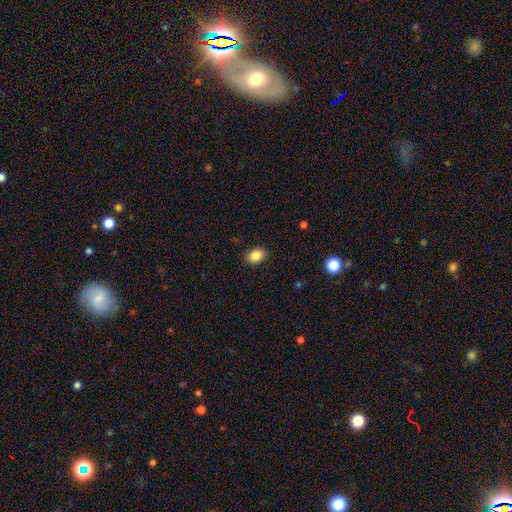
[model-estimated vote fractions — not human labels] Smooth or featured?
  - smooth: 86% *
  - star or artifact: 9%
  - featured or disk: 5%
How rounded?
  - in between: 78% *
  - round: 21%
  - cigar-shaped: 1%
Merging?
  - none: 88% *
  - minor disturbance: 9%
  - major disturbance: 2%
  - merger: 1%